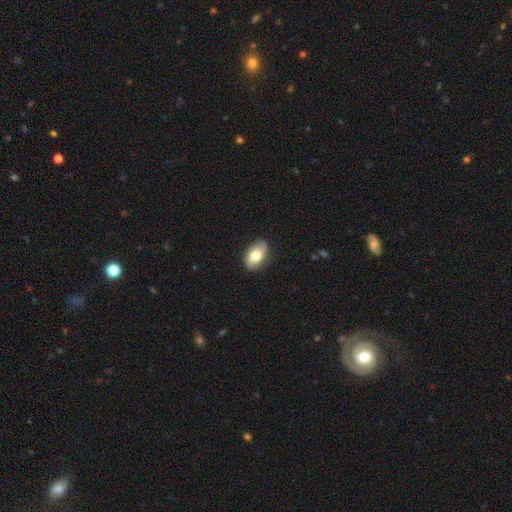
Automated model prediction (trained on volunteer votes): Morphology: type=smooth (71%); roundness=in between (92%); merging=none (84%).